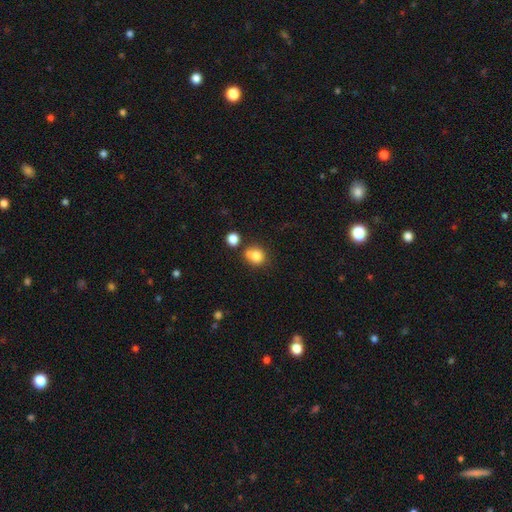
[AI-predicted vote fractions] smooth_or_featured: smooth (p=0.80) [alt: star or artifact p=0.11]
how_rounded: round (p=0.77) [alt: in between p=0.22]
merging: none (p=0.53) [alt: merger p=0.28]